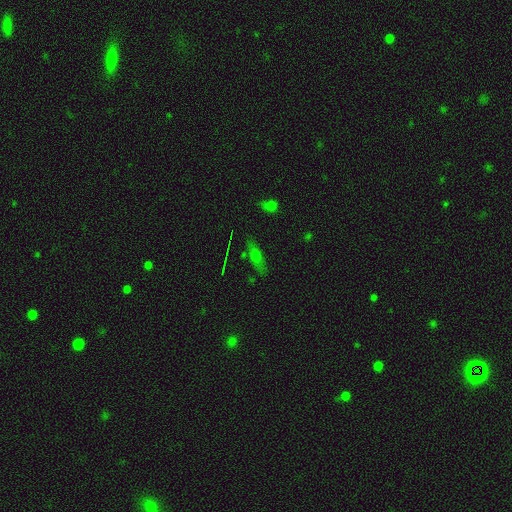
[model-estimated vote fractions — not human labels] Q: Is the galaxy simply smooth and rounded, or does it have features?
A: smooth — 49%.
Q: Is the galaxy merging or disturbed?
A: none — 78%.